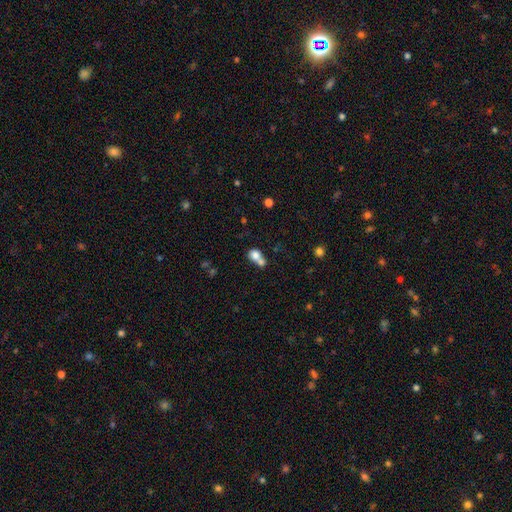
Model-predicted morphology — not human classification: The model was most divided on "how rounded": round: 60%, in between: 39%, cigar-shaped: 2%. More confident: smooth or featured — smooth (77%); merging — merger (62%).